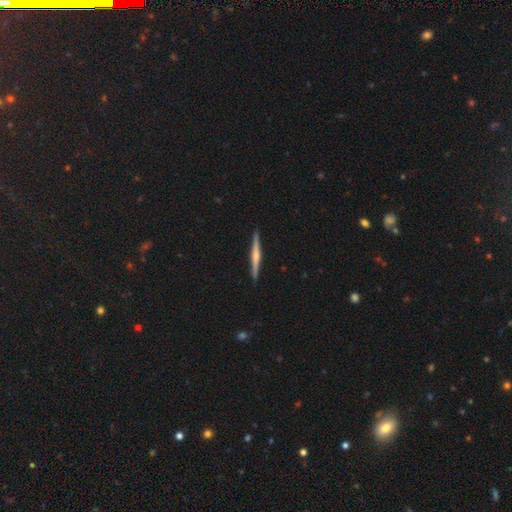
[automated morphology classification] Q: Smooth or featured?
A: featured or disk (67%); runner-up: smooth (28%)
Q: Edge-on disk?
A: yes (98%); runner-up: no (2%)
Q: Edge-on bulge?
A: rounded (74%); runner-up: none (18%)
Q: Merging?
A: none (92%); runner-up: minor disturbance (6%)